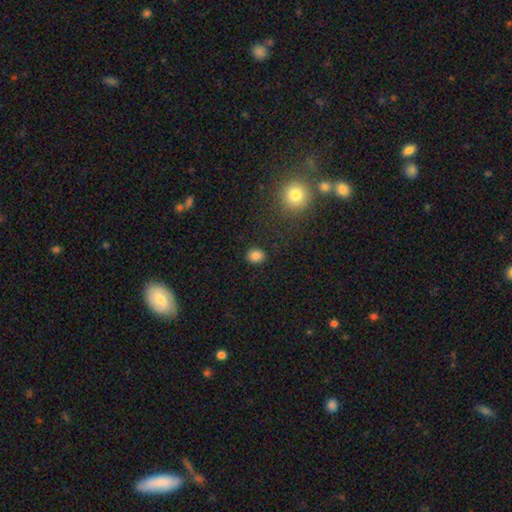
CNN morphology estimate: type=smooth (83%); roundness=round (60%); merging=none (88%).